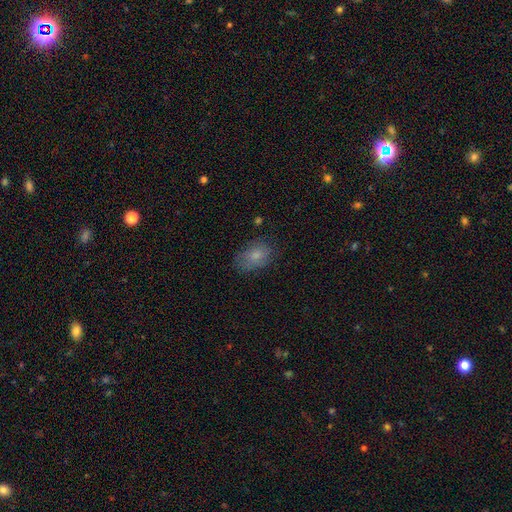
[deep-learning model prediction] smooth_or_featured: smooth (p=0.77) [alt: featured or disk p=0.14]
how_rounded: in between (p=0.84) [alt: round p=0.14]
merging: none (p=0.69) [alt: minor disturbance p=0.22]